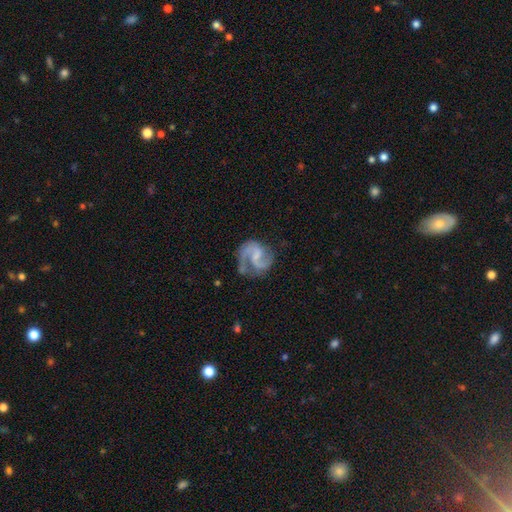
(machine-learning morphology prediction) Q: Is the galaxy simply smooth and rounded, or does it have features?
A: featured or disk — 87%.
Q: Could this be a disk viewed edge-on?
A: no — 98%.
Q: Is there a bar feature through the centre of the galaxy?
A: weak — 50%.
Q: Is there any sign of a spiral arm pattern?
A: yes — 97%.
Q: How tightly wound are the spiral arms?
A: medium — 56%.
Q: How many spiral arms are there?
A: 2 — 88%.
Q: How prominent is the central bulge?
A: none — 47%.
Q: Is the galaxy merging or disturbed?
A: none — 65%.